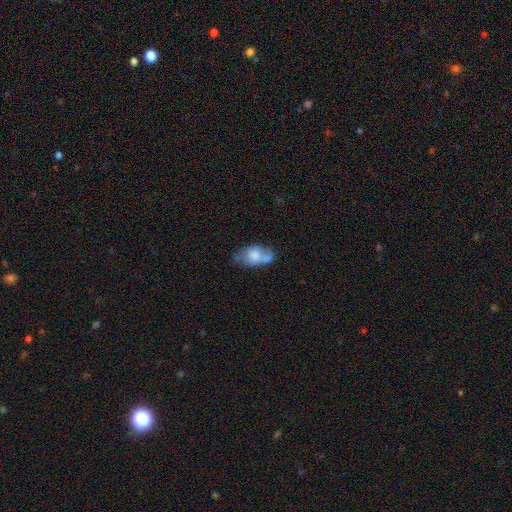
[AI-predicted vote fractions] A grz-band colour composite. It shows a smooth galaxy with no disk features (66%) that is in between round and cigar-shaped (86%). Merging: none (34%).